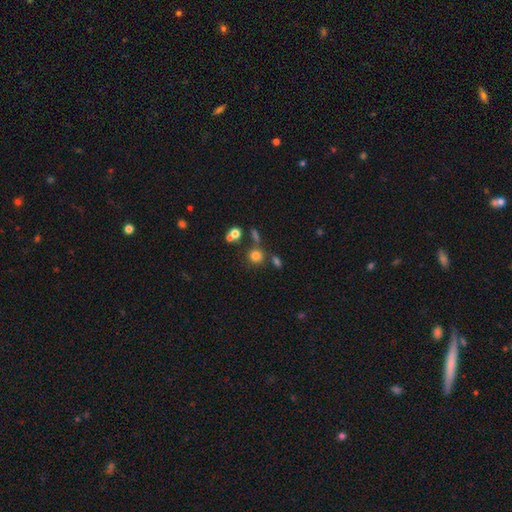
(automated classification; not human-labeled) A smooth galaxy with no disk features (76%) that is round (89%).

Vote fractions:
- Smooth or featured? smooth: 76% / star or artifact: 16% / featured or disk: 8%
- How rounded? round: 89% / in between: 10% / cigar-shaped: 1%
- Merging? none: 71% / merger: 15% / minor disturbance: 10% / major disturbance: 5%